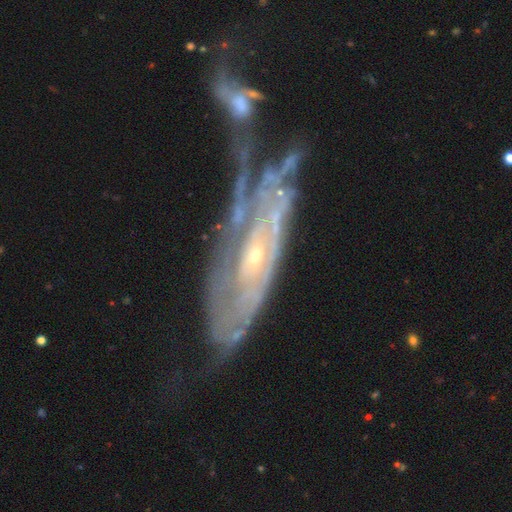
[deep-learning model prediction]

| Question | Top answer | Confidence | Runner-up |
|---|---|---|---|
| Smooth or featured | featured or disk | 84% | smooth (9%) |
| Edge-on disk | no | 85% | yes (15%) |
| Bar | no | 61% | weak (27%) |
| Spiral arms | yes | 85% | no (15%) |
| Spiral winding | tight | 66% | medium (24%) |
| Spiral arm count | can't tell | 57% | 2 (18%) |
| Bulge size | small | 72% | moderate (24%) |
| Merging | merger | 36% | none (27%) |